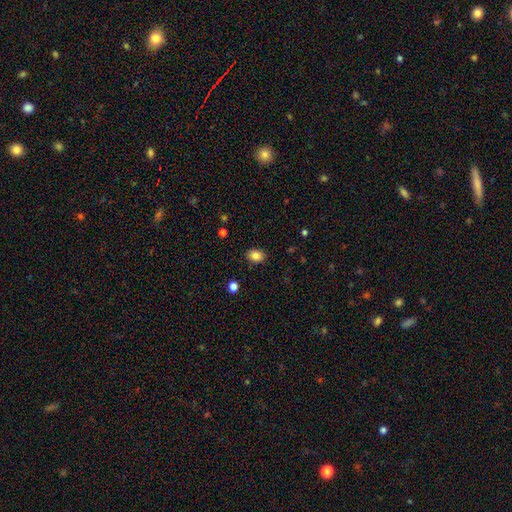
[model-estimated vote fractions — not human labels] smooth-or-featured: smooth: 85% | star or artifact: 10% | featured or disk: 5%
  how-rounded: in between: 60% | round: 39% | cigar-shaped: 1%
  merging: none: 86% | minor disturbance: 10% | major disturbance: 3% | merger: 1%